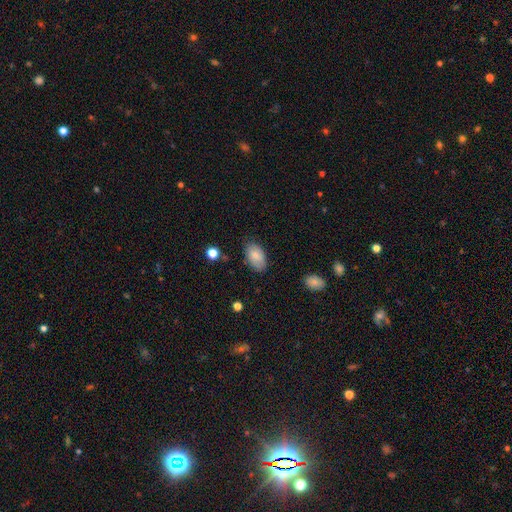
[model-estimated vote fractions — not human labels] Q: Smooth or featured?
A: smooth (83%); runner-up: featured or disk (10%)
Q: How rounded?
A: in between (94%); runner-up: round (5%)
Q: Merging?
A: none (77%); runner-up: minor disturbance (18%)